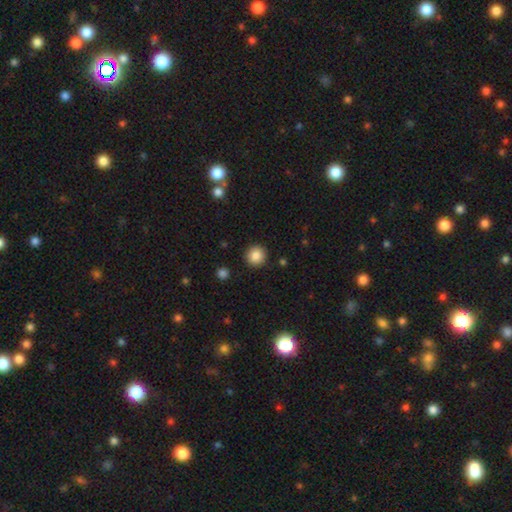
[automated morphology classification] This appears to be a smooth galaxy with no disk features (87%) that is round (94%). Merging: none (91%).